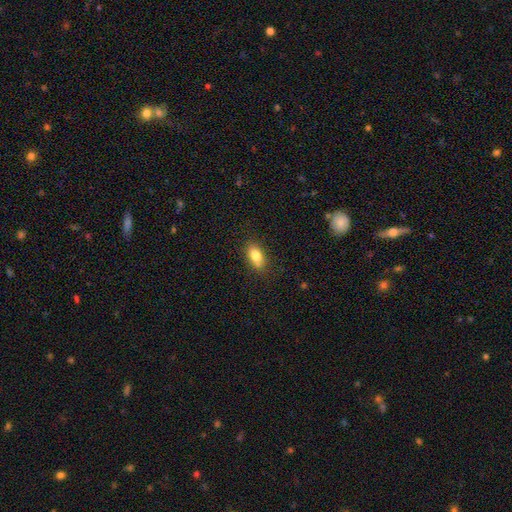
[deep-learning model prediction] The model was most divided on "merging": none: 80%, minor disturbance: 15%, major disturbance: 3%, merger: 2%. More confident: how rounded — in between (85%); smooth or featured — smooth (79%).